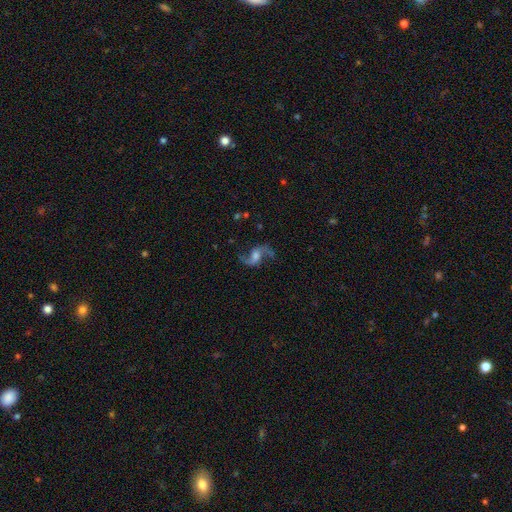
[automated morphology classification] Q: Smooth or featured?
A: featured or disk (87%); runner-up: smooth (6%)
Q: Edge-on disk?
A: no (97%); runner-up: yes (3%)
Q: Bar?
A: no (47%); runner-up: weak (41%)
Q: Spiral arms?
A: yes (96%); runner-up: no (4%)
Q: Spiral winding?
A: loose (78%); runner-up: medium (19%)
Q: Spiral arm count?
A: 2 (94%); runner-up: 1 (2%)
Q: Bulge size?
A: moderate (45%); runner-up: small (24%)
Q: Merging?
A: none (76%); runner-up: minor disturbance (13%)